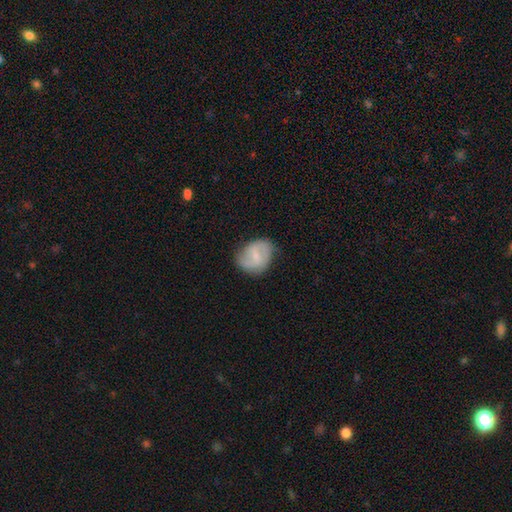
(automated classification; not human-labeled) A featured or disk galaxy (51%). Merging: none (68%).